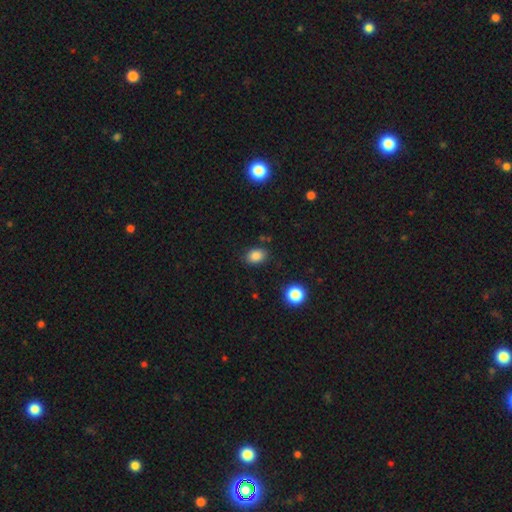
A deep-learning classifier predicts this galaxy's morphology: smooth 85%, star or artifact 11%, featured or disk 5%. Down the decision tree: how rounded — in between (69%); merging — none (84%).